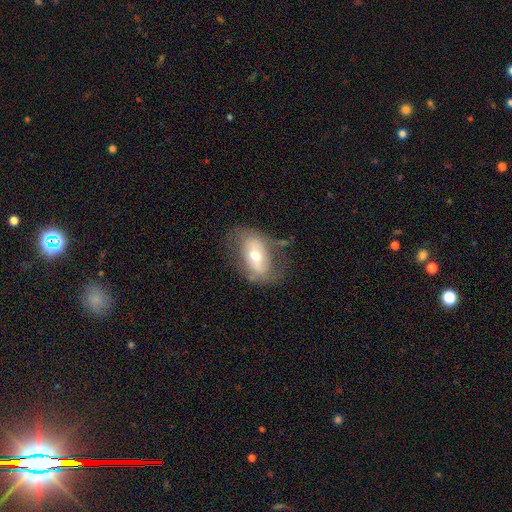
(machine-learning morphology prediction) Smooth or featured? Predicted: featured or disk (p=0.47). Merging? Predicted: none (p=0.58).